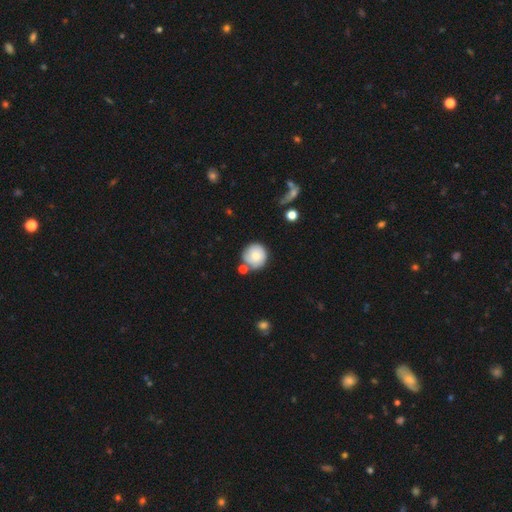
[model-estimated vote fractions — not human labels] Smooth or featured? smooth (77%)
How rounded? round (93%)
Merging? none (68%)